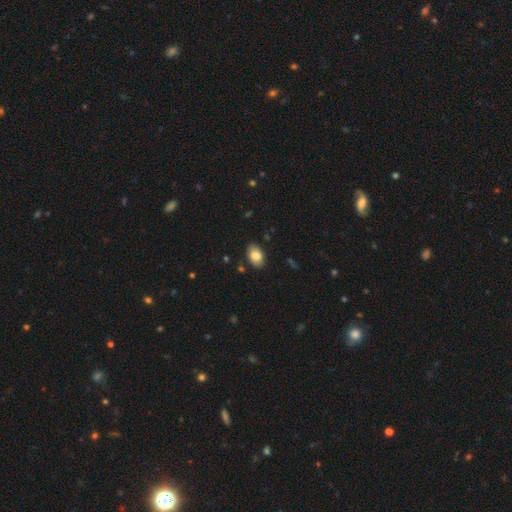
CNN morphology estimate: smooth_or_featured: smooth (p=0.82) [alt: featured or disk p=0.11]
how_rounded: in between (p=0.89) [alt: round p=0.10]
merging: none (p=0.86) [alt: minor disturbance p=0.10]